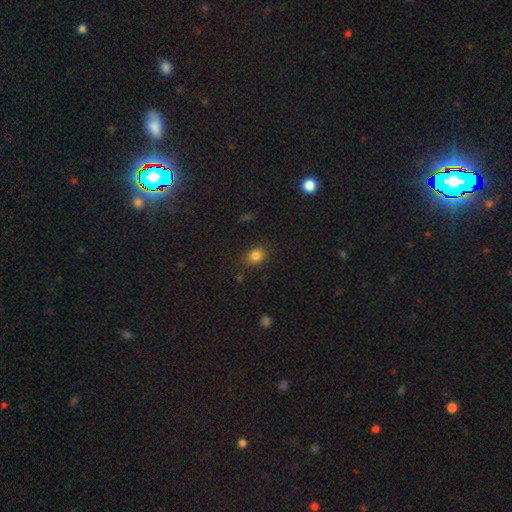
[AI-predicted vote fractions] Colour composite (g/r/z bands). It shows a smooth galaxy with no disk features (82%) that is in between round and cigar-shaped (52%). Merging: none (82%).